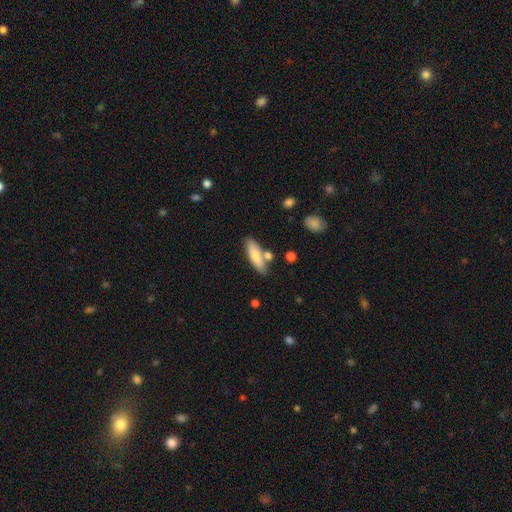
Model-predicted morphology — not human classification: type=smooth (74%); roundness=cigar-shaped (54%); merging=none (70%).